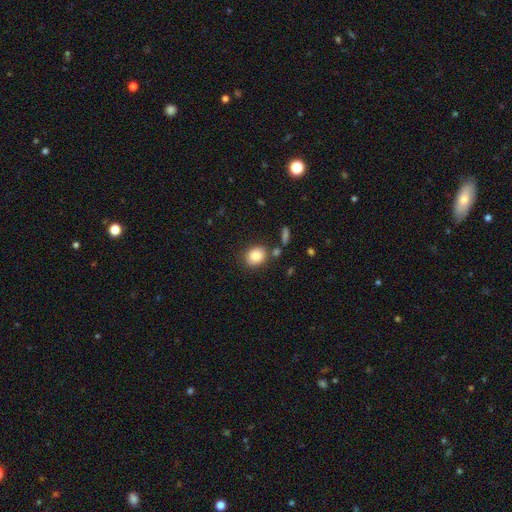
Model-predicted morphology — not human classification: Smooth or featured? smooth (85%)
How rounded? round (54%)
Merging? none (75%)